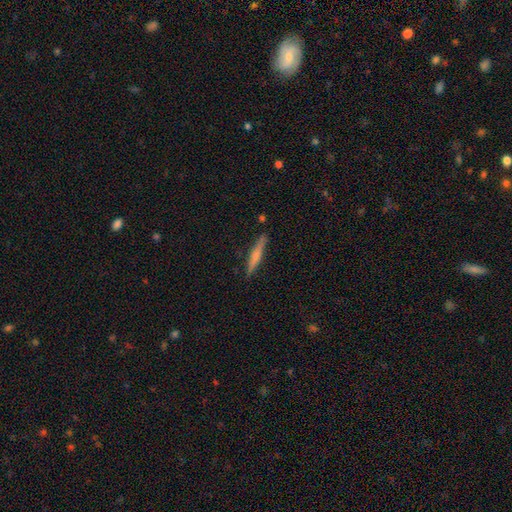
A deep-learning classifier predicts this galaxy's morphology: Smooth or featured?
  - smooth: 54% *
  - featured or disk: 40%
  - star or artifact: 6%
How rounded?
  - cigar-shaped: 94% *
  - in between: 5%
  - round: 2%
Merging?
  - none: 87% *
  - minor disturbance: 9%
  - major disturbance: 2%
  - merger: 2%